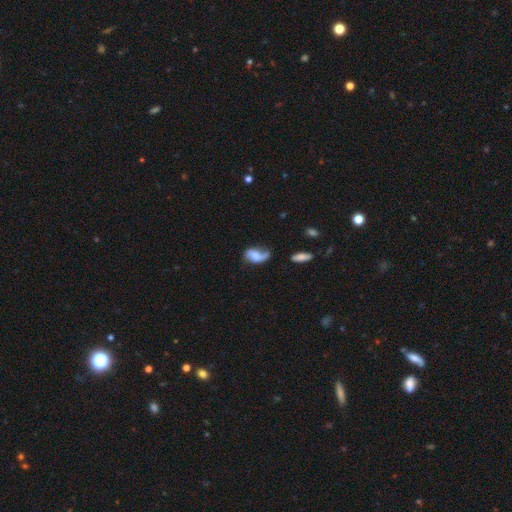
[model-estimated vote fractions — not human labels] This is possibly a smooth galaxy (56%). How rounded: clearly in between (87%). Merging: marginally none (34%).